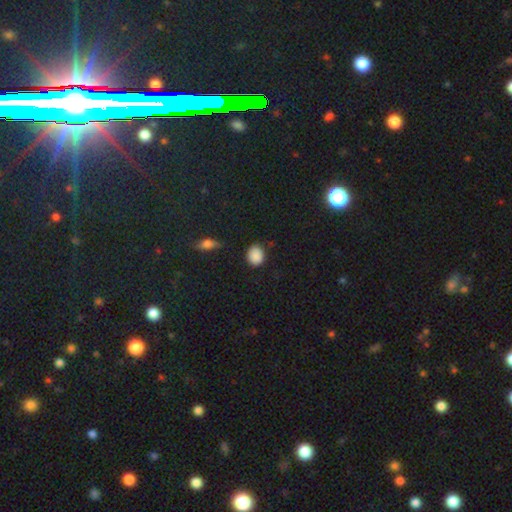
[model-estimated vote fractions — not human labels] Smooth or featured?
  - smooth: 86% *
  - star or artifact: 9%
  - featured or disk: 4%
How rounded?
  - round: 68% *
  - in between: 31%
  - cigar-shaped: 1%
Merging?
  - none: 82% *
  - minor disturbance: 13%
  - major disturbance: 3%
  - merger: 2%